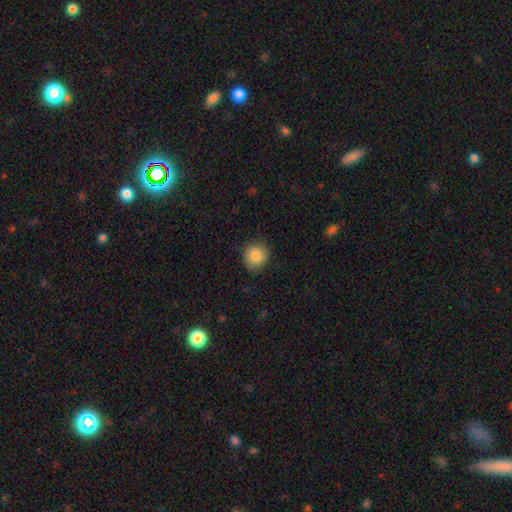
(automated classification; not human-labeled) smooth_or_featured: smooth (p=0.83) [alt: featured or disk p=0.09]
how_rounded: round (p=0.84) [alt: in between p=0.15]
merging: none (p=0.81) [alt: minor disturbance p=0.15]